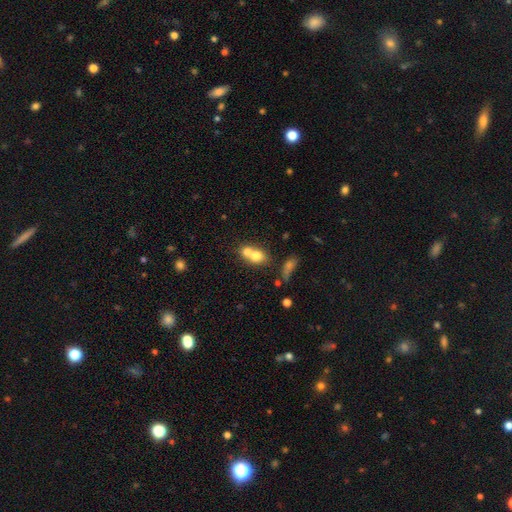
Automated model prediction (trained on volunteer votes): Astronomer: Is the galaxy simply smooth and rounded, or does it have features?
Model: smooth — 69%.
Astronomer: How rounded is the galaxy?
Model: round — 56% (runner-up: in between, 42%).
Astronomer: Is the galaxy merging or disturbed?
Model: merger — 69%.